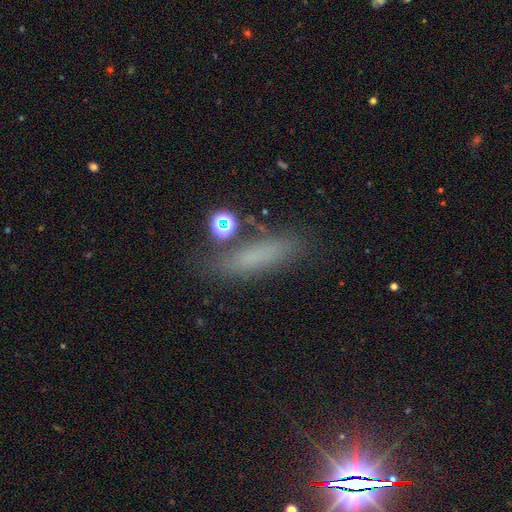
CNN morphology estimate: Smooth or featured: smooth — 69% (star or artifact — 17%)
How rounded: cigar-shaped — 59% (in between — 35%)
Merging: none — 69% (minor disturbance — 16%)